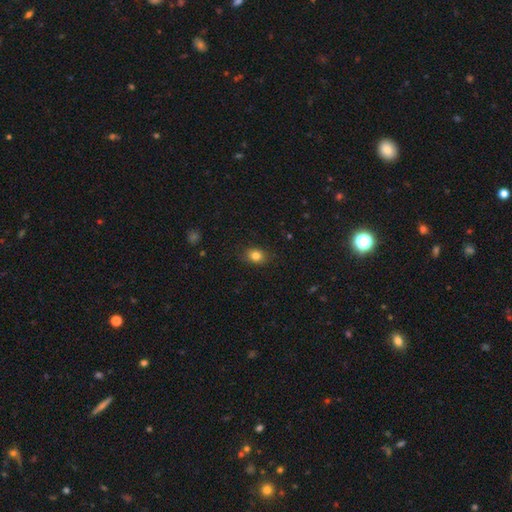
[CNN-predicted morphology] smooth_or_featured: smooth (p=0.83) [alt: star or artifact p=0.11]
how_rounded: in between (p=0.60) [alt: round p=0.39]
merging: none (p=0.86) [alt: minor disturbance p=0.11]